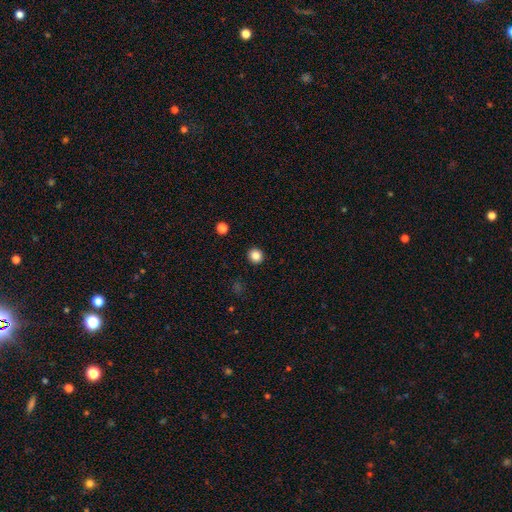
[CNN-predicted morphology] A smooth galaxy with no disk features (85%) that is round (89%).

Vote fractions:
- Smooth or featured? smooth: 85% / star or artifact: 11% / featured or disk: 4%
- How rounded? round: 89% / in between: 10% / cigar-shaped: 1%
- Merging? none: 93% / minor disturbance: 5% / major disturbance: 2% / merger: 1%